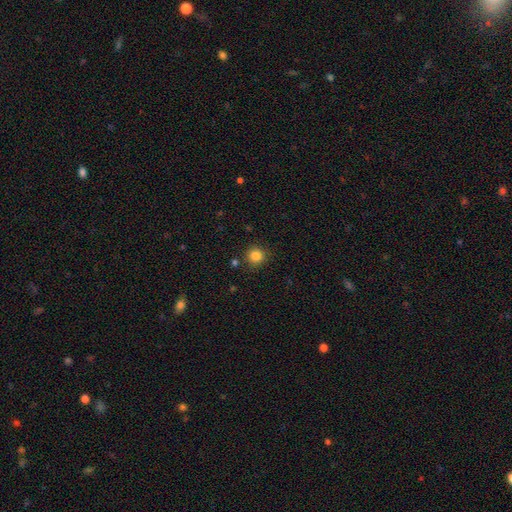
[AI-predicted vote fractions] A smooth galaxy with no disk features (84%) that is round (94%).

Vote fractions:
- Smooth or featured? smooth: 84% / star or artifact: 12% / featured or disk: 4%
- How rounded? round: 94% / in between: 5% / cigar-shaped: 1%
- Merging? none: 88% / minor disturbance: 7% / merger: 3% / major disturbance: 2%